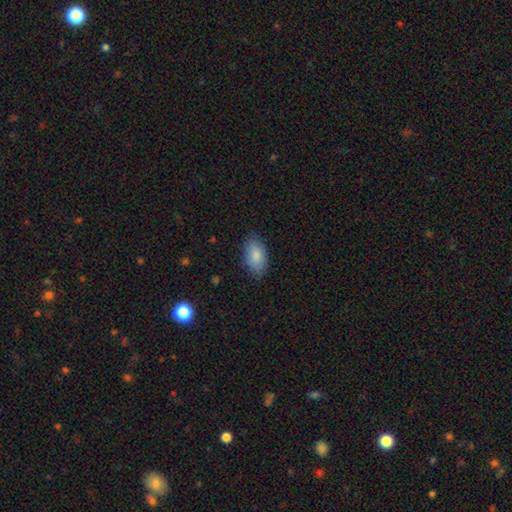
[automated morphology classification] This is clearly a smooth galaxy (86%). How rounded: clearly in between (94%). Merging: clearly none (81%).